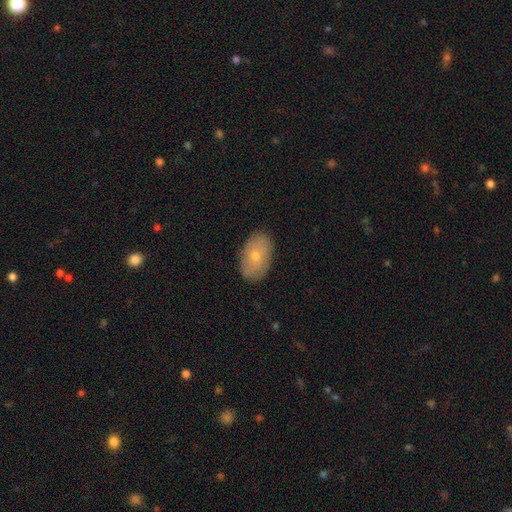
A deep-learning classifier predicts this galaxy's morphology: This is likely a smooth galaxy (65%). How rounded: clearly in between (90%). Merging: clearly none (85%).